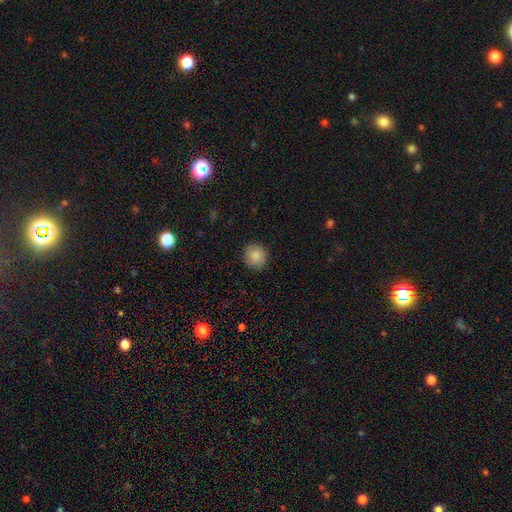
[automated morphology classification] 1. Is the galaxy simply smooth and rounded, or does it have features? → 86% smooth, 8% star or artifact, 5% featured or disk.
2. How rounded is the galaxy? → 88% round, 11% in between, 1% cigar-shaped.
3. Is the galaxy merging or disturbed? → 88% none, 9% minor disturbance, 2% major disturbance, 1% merger.